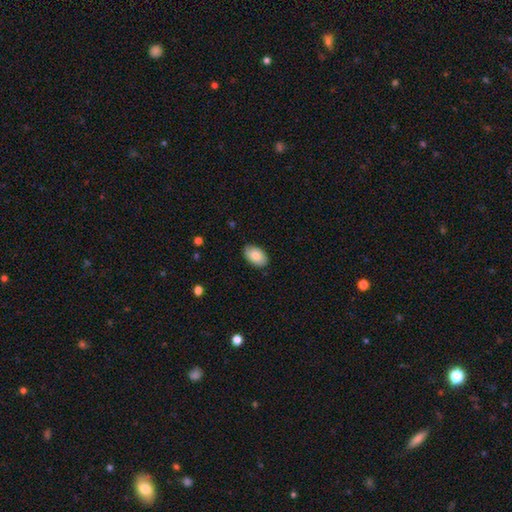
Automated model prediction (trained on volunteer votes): The model was most divided on "merging": none: 83%, minor disturbance: 14%, major disturbance: 2%, merger: 1%. More confident: how rounded — in between (92%); smooth or featured — smooth (84%).